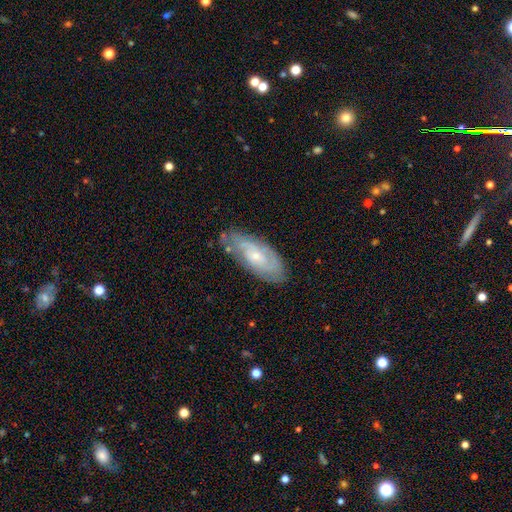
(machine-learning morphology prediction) smooth-or-featured: featured or disk: 68% | smooth: 25% | star or artifact: 7%
  disk-edge-on: no: 89% | yes: 11%
    bar: no: 68% | weak: 28% | strong: 5%
    has-spiral-arms: yes: 85% | no: 15%
      spiral-winding: tight: 60% | medium: 30% | loose: 10%
      spiral-arm-count: can't tell: 50% | 2: 30% | 3: 9% | 4: 5% | 1: 4% | more than 4: 3%
    bulge-size: small: 69% | moderate: 26% | none: 3% | large: 1% | dominant: 1%
  merging: none: 73% | minor disturbance: 20% | major disturbance: 5% | merger: 2%